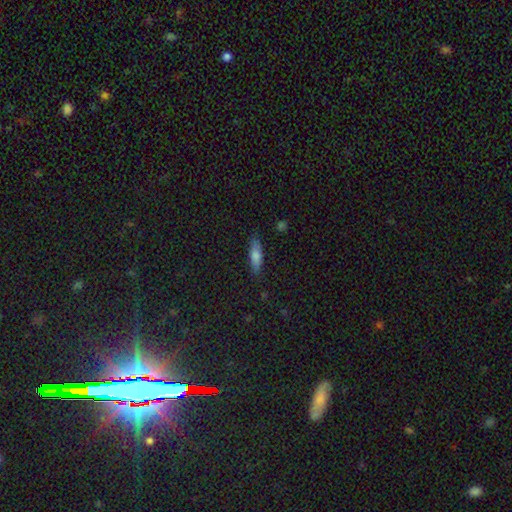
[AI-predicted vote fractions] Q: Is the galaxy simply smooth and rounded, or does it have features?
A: smooth — 72%.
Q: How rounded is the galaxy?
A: cigar-shaped — 54%.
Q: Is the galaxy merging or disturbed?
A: none — 85%.